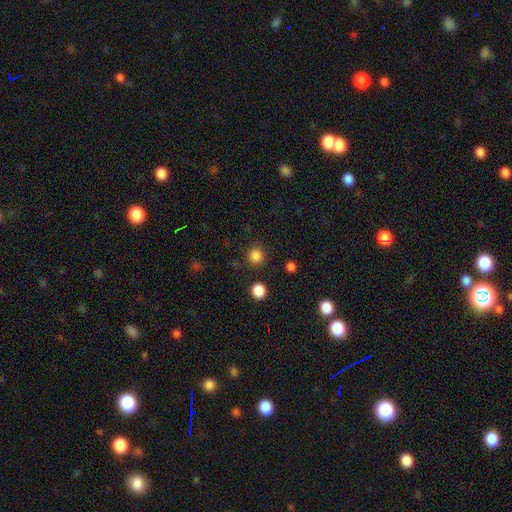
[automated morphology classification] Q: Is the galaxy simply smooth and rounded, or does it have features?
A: smooth — 84%.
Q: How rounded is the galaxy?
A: round — 92%.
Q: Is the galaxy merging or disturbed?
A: none — 88%.